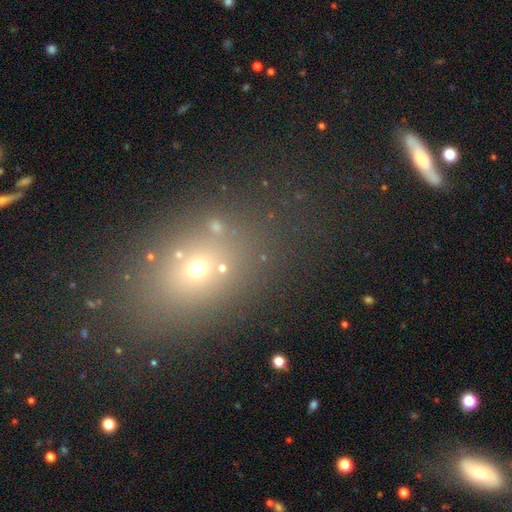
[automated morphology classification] smooth-or-featured: smooth: 52% | star or artifact: 31% | featured or disk: 17%
  how-rounded: in between: 58% | round: 39% | cigar-shaped: 3%
  merging: none: 72% | minor disturbance: 11% | merger: 11% | major disturbance: 6%